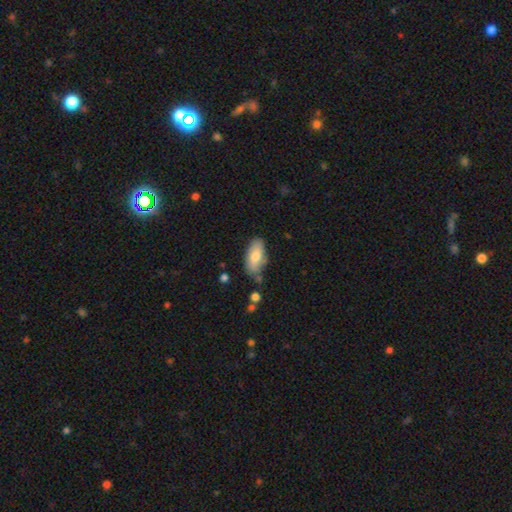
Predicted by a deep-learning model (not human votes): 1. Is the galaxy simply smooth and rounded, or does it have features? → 74% smooth, 20% featured or disk, 6% star or artifact.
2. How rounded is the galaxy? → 90% in between, 8% cigar-shaped, 3% round.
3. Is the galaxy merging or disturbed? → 73% none, 20% minor disturbance, 4% merger, 4% major disturbance.